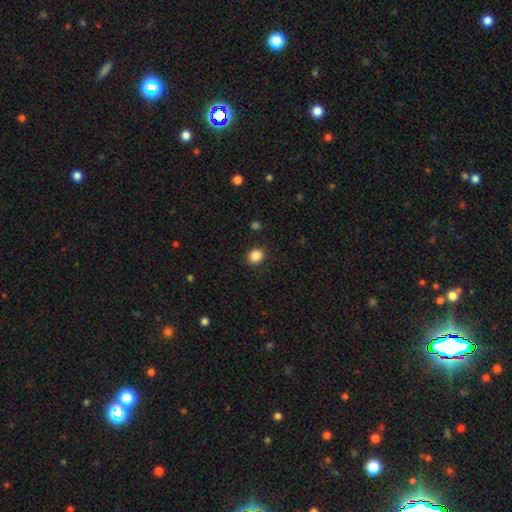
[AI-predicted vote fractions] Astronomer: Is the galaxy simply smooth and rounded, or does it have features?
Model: smooth — 87%.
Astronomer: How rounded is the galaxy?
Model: round — 78%.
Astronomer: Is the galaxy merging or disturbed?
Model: none — 89%.